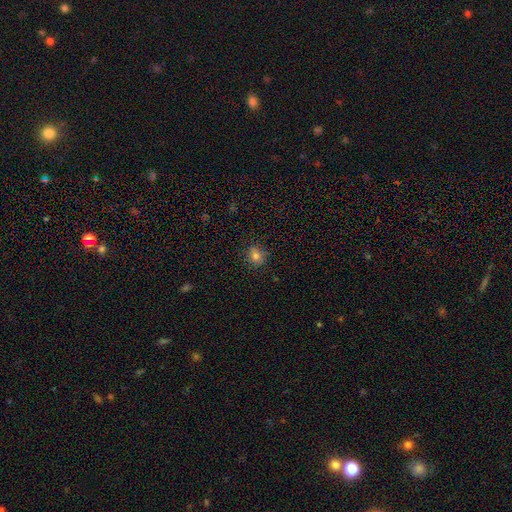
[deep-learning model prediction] Morphology: type=smooth (76%); roundness=round (86%); merging=none (84%).